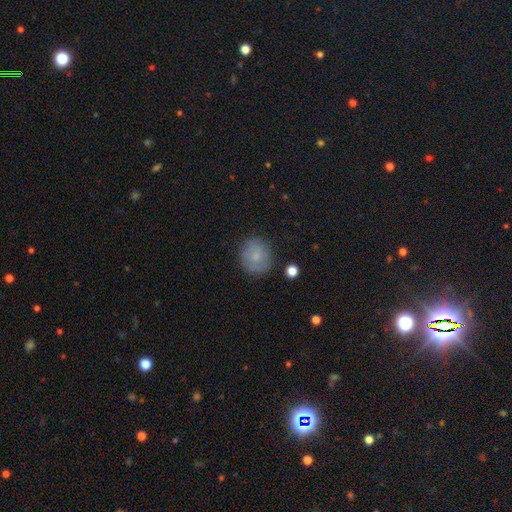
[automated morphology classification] smooth_or_featured: smooth (p=0.70) [alt: featured or disk p=0.21]
how_rounded: round (p=0.79) [alt: in between p=0.20]
merging: none (p=0.76) [alt: minor disturbance p=0.17]